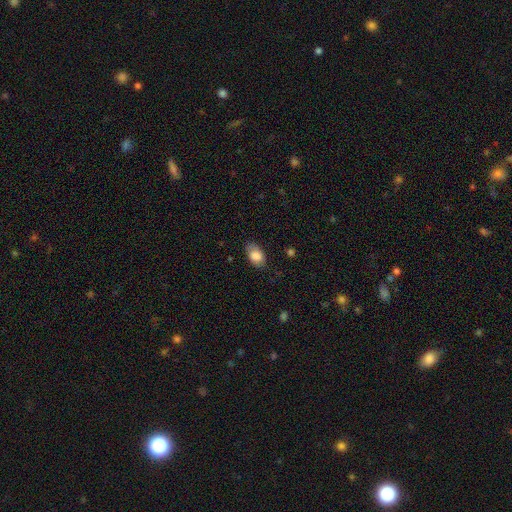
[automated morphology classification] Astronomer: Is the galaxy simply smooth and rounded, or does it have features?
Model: smooth — 80%.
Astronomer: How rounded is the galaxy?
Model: in between — 91%.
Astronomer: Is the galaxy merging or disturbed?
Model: none — 73%.